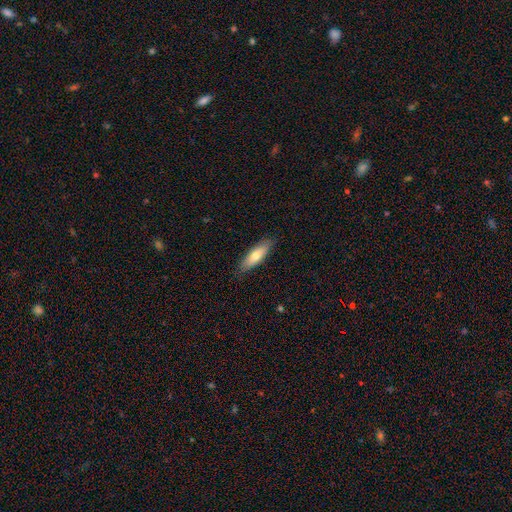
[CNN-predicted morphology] smooth_or_featured: smooth (p=0.70) [alt: featured or disk p=0.24]
how_rounded: cigar-shaped (p=0.49) [tied with: in between p=0.49]
merging: none (p=0.86) [alt: minor disturbance p=0.11]